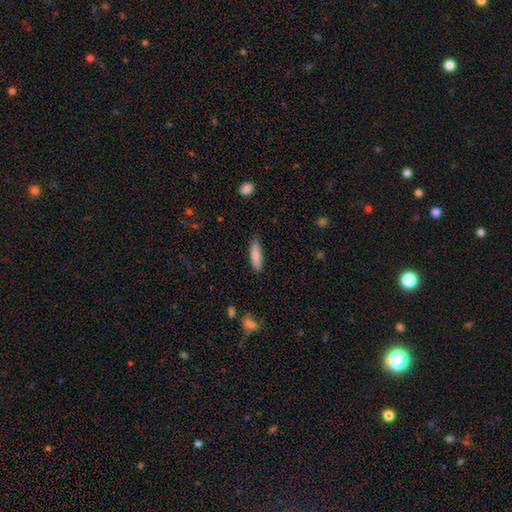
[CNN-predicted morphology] smooth-or-featured: smooth: 84% | featured or disk: 10% | star or artifact: 6%
  how-rounded: cigar-shaped: 56% | in between: 42% | round: 2%
  merging: none: 86% | minor disturbance: 11% | major disturbance: 2% | merger: 1%